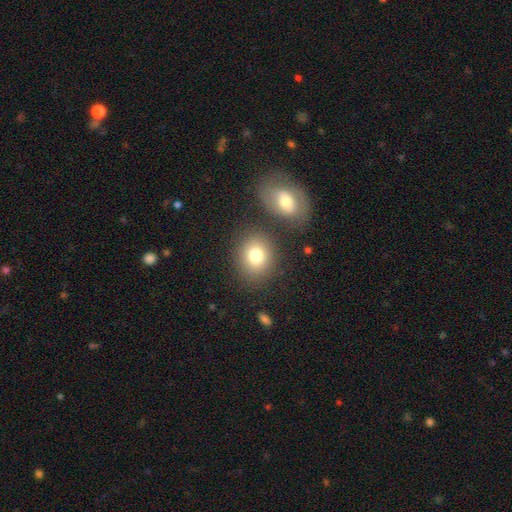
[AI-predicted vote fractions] The model was most divided on "how rounded": round: 61%, in between: 38%, cigar-shaped: 1%. More confident: smooth or featured — smooth (79%); merging — none (75%).